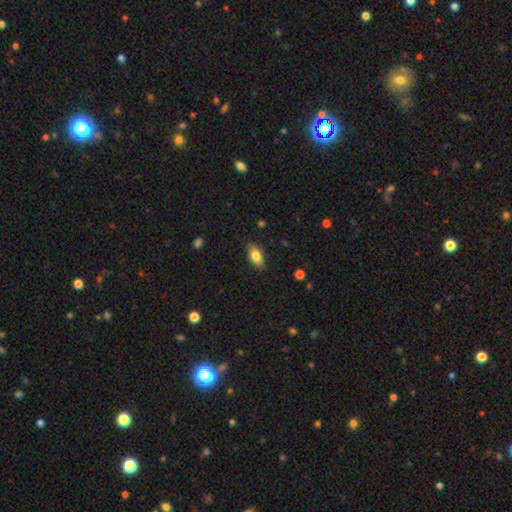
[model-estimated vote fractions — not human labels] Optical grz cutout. It shows a smooth galaxy with no disk features (81%) that is in between round and cigar-shaped (89%). Merging: none (85%).